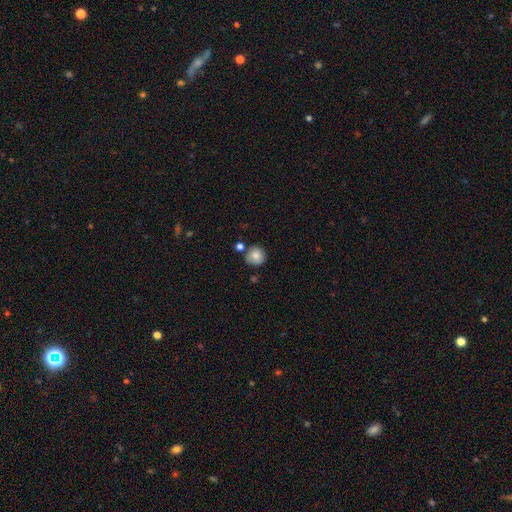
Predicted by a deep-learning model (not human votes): Smooth or featured: smooth — 79% (featured or disk — 12%)
How rounded: round — 93% (in between — 6%)
Merging: none — 76% (minor disturbance — 12%)